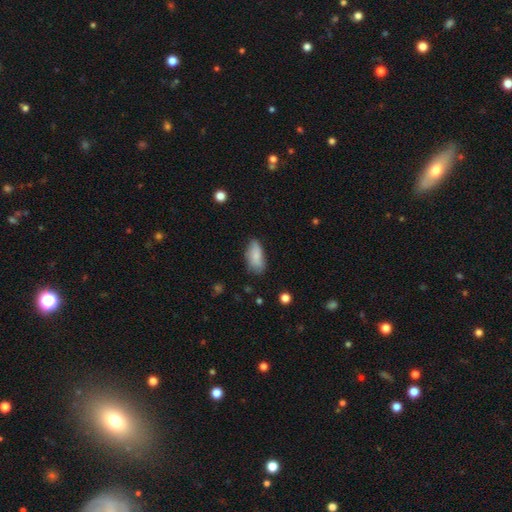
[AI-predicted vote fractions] Overall: smooth (83%). How rounded: in between (88%). Merging: none (66%).